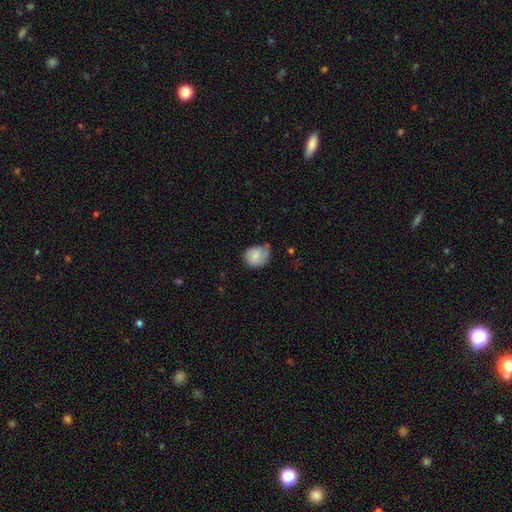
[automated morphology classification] Q: Smooth or featured?
A: smooth (82%); runner-up: featured or disk (11%)
Q: How rounded?
A: round (66%); runner-up: in between (33%)
Q: Merging?
A: none (47%); runner-up: minor disturbance (40%)